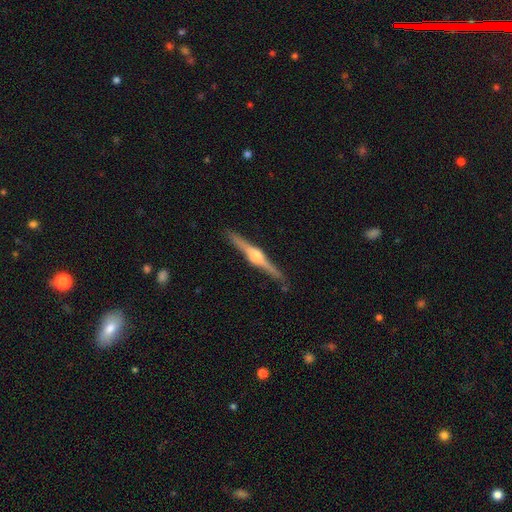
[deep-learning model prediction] smooth_or_featured: featured or disk (p=0.84) [alt: smooth p=0.11]
disk_edge_on: yes (p=0.98) [alt: no p=0.02]
edge_on_bulge: rounded (p=0.93) [alt: boxy p=0.05]
merging: none (p=0.90) [alt: minor disturbance p=0.07]